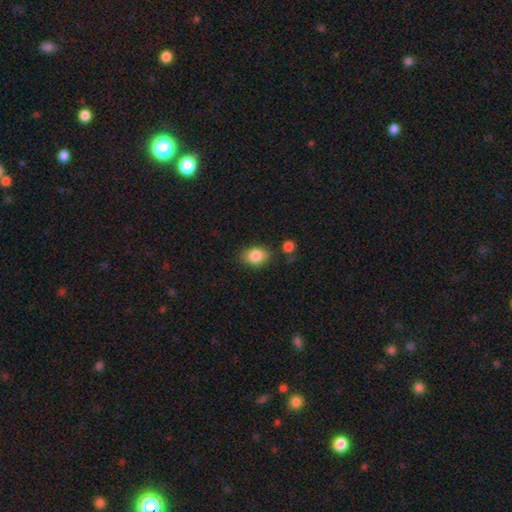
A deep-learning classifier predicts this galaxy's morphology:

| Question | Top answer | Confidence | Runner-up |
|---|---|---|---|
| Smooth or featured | smooth | 85% | star or artifact (8%) |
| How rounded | in between | 74% | round (25%) |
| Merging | none | 78% | minor disturbance (14%) |